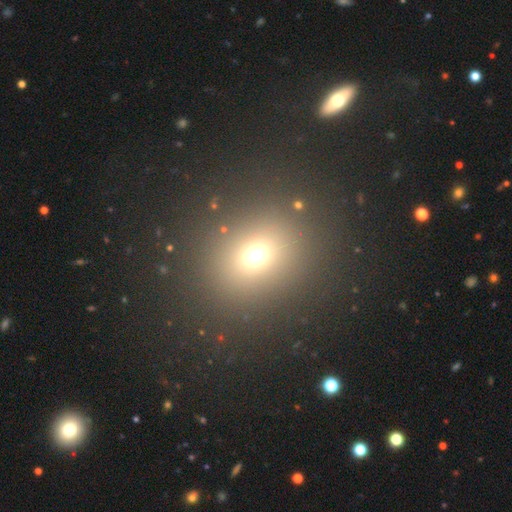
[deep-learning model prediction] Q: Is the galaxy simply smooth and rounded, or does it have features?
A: smooth — 66%.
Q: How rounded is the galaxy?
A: round — 65%.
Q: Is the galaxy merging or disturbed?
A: none — 87%.